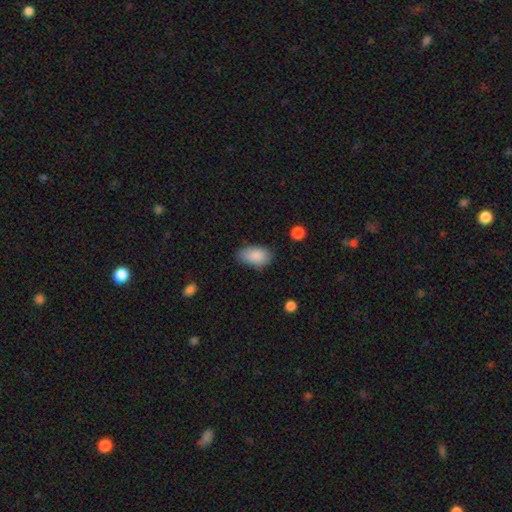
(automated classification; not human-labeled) smooth 87%, star or artifact 7%, featured or disk 6%. Down the decision tree: how rounded — in between (92%); merging — none (71%).